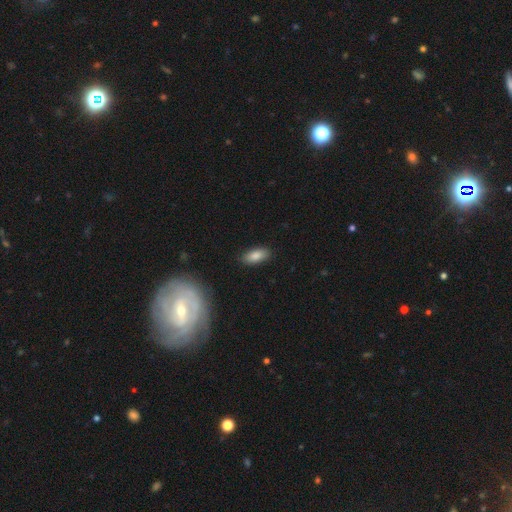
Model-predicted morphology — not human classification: smooth-or-featured: smooth: 85% | featured or disk: 8% | star or artifact: 7%
  how-rounded: in between: 87% | cigar-shaped: 11% | round: 2%
  merging: none: 86% | minor disturbance: 10% | major disturbance: 2% | merger: 1%